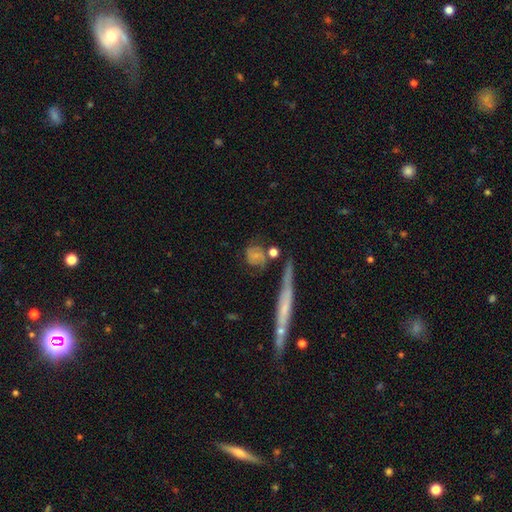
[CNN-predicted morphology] Smooth or featured: featured or disk — 50% (smooth — 41%)
Merging: none — 58% (minor disturbance — 18%)